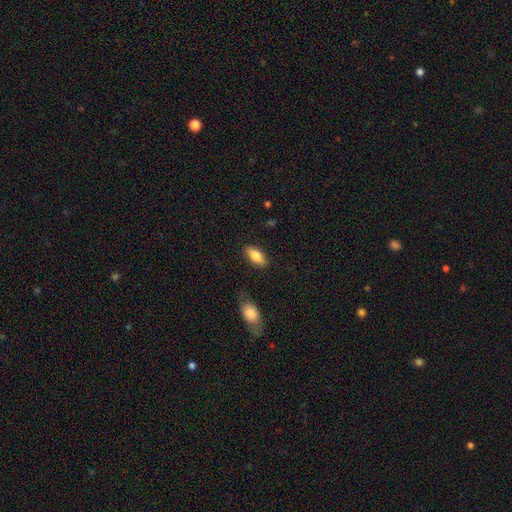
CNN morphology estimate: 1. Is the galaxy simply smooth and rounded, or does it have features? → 81% smooth, 13% featured or disk, 6% star or artifact.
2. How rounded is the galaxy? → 86% in between, 12% cigar-shaped, 2% round.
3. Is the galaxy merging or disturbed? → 84% none, 11% minor disturbance, 3% major disturbance, 2% merger.